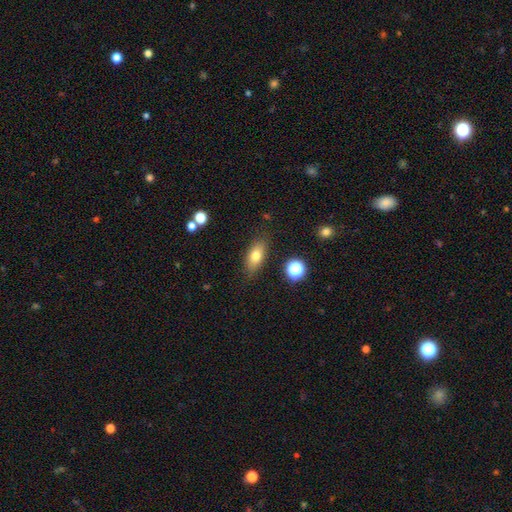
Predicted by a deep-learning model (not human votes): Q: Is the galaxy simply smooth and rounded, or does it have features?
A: smooth — 74%.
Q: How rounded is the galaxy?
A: in between — 78%.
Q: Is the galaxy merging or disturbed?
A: none — 83%.